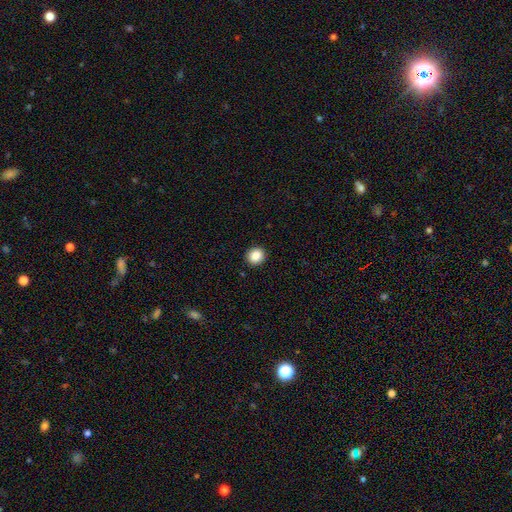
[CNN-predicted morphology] Q: Smooth or featured?
A: smooth (86%); runner-up: star or artifact (9%)
Q: How rounded?
A: round (85%); runner-up: in between (14%)
Q: Merging?
A: none (92%); runner-up: minor disturbance (5%)